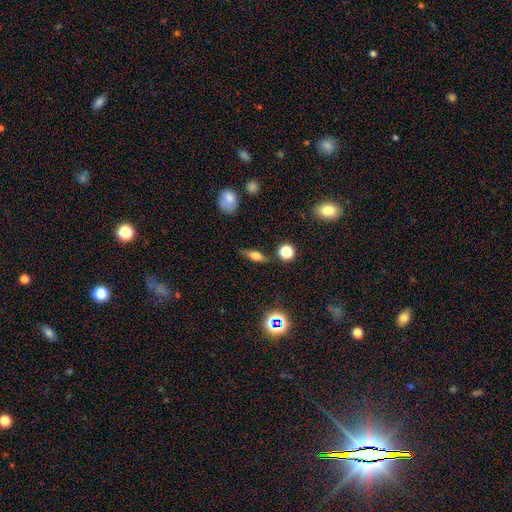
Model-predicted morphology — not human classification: This appears to be a smooth galaxy with no disk features (62%) that is in between round and cigar-shaped (57%). Merging: none (78%).